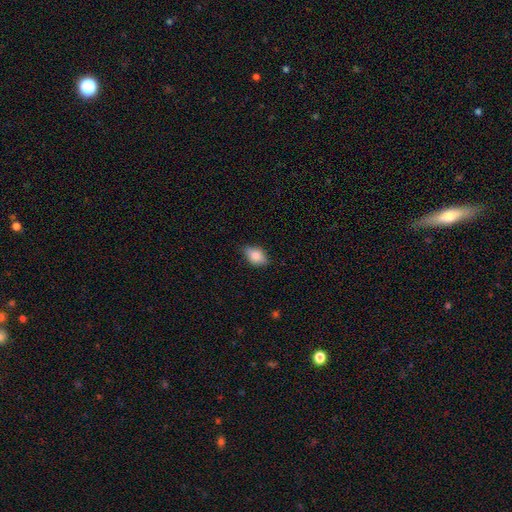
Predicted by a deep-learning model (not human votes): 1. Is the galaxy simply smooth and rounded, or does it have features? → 80% smooth, 12% featured or disk, 8% star or artifact.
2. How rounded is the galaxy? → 83% in between, 13% round, 3% cigar-shaped.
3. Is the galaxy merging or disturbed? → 76% none, 19% minor disturbance, 4% major disturbance, 1% merger.